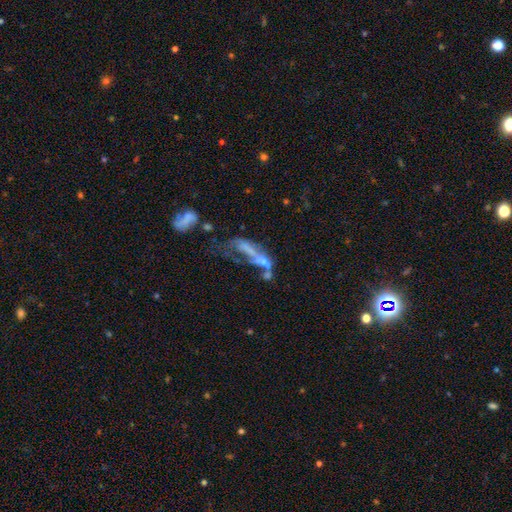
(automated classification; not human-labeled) Smooth or featured? featured or disk (50%)
Edge-on disk? no (74%)
Merging? merger (41%)